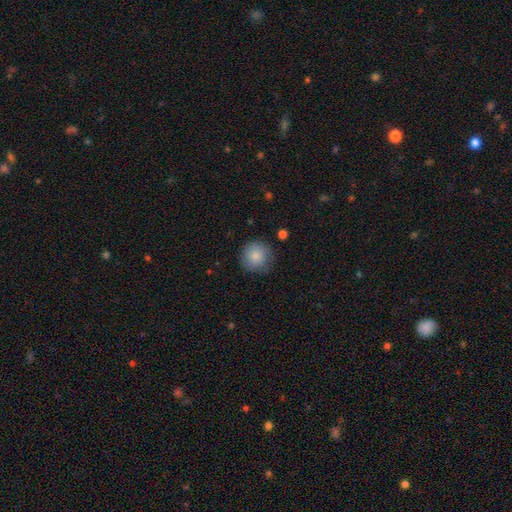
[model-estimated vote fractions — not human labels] This appears to be a smooth galaxy with no disk features (85%) that is round (94%). Merging: none (81%).